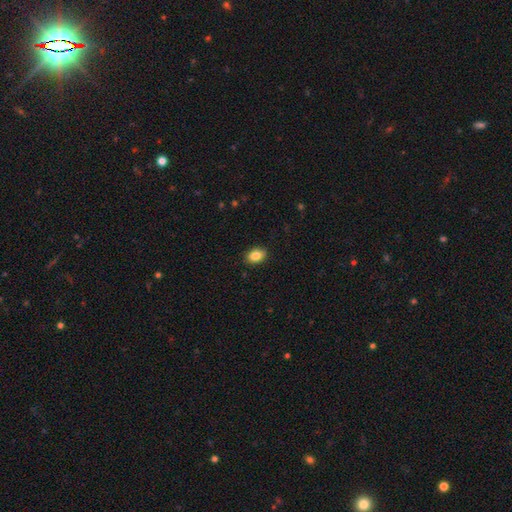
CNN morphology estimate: Smooth or featured? smooth (85%)
How rounded? in between (78%)
Merging? none (87%)